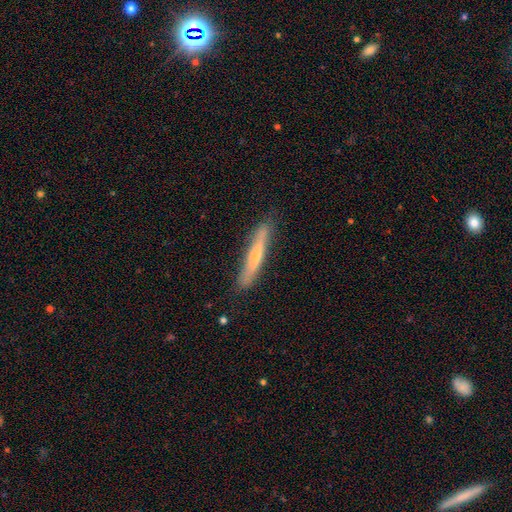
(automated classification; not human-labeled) Smooth or featured?
  - featured or disk: 47% * (tied)
  - smooth: 47% * (tied)
  - star or artifact: 6%
Merging?
  - none: 84% *
  - minor disturbance: 13%
  - major disturbance: 2%
  - merger: 1%